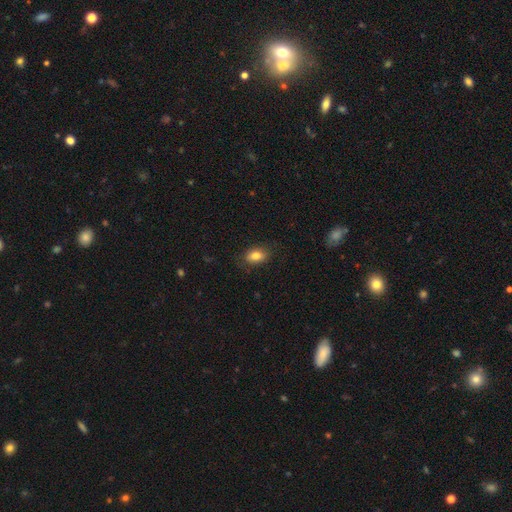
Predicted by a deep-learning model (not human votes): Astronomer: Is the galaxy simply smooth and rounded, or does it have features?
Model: smooth — 83%.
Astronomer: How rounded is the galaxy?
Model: in between — 85%.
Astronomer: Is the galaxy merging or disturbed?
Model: none — 83%.